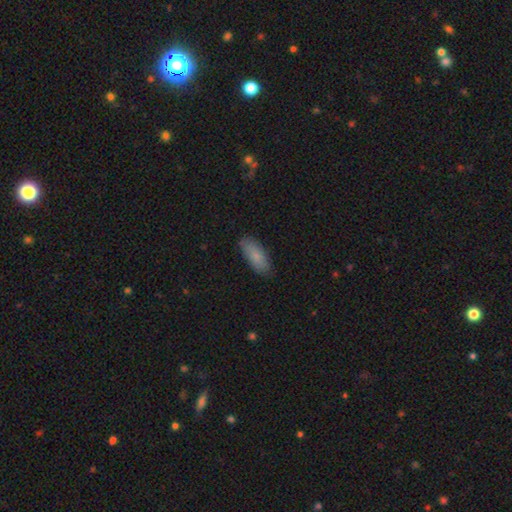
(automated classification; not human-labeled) Q: Smooth or featured?
A: smooth (81%); runner-up: featured or disk (13%)
Q: How rounded?
A: in between (80%); runner-up: cigar-shaped (18%)
Q: Merging?
A: none (83%); runner-up: minor disturbance (13%)